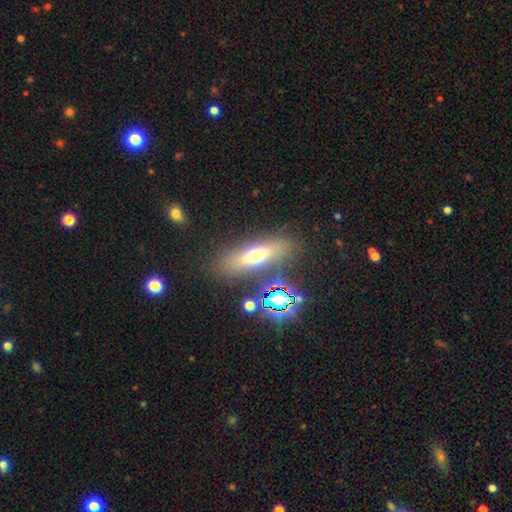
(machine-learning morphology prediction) type=smooth (55%); roundness=cigar-shaped (48%); merging=none (80%).